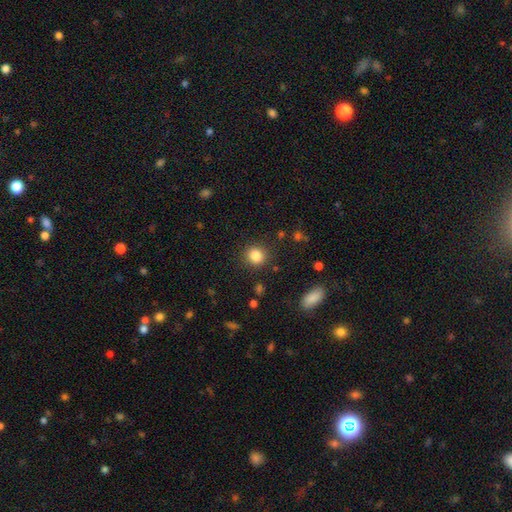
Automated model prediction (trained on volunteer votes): Overall: smooth (85%). How rounded: round (86%). Merging: none (88%).